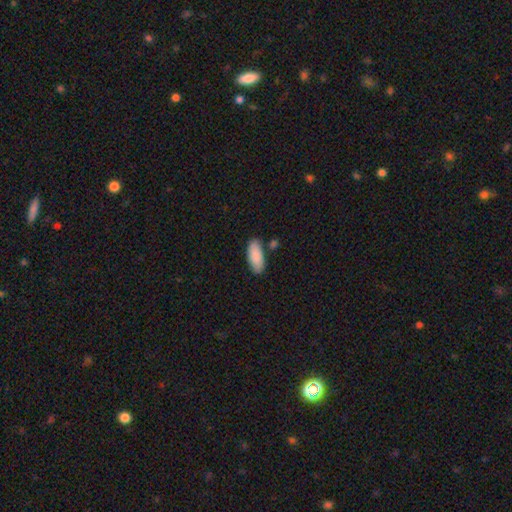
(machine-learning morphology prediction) type=smooth (89%); roundness=in between (86%); merging=none (78%).